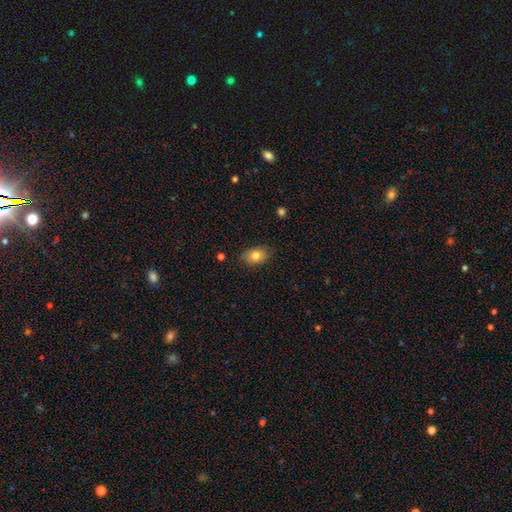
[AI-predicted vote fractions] A smooth galaxy with no disk features (81%) that is in between round and cigar-shaped (83%).

Vote fractions:
- Smooth or featured? smooth: 81% / featured or disk: 11% / star or artifact: 8%
- How rounded? in between: 83% / round: 16% / cigar-shaped: 1%
- Merging? none: 82% / minor disturbance: 14% / major disturbance: 3% / merger: 1%